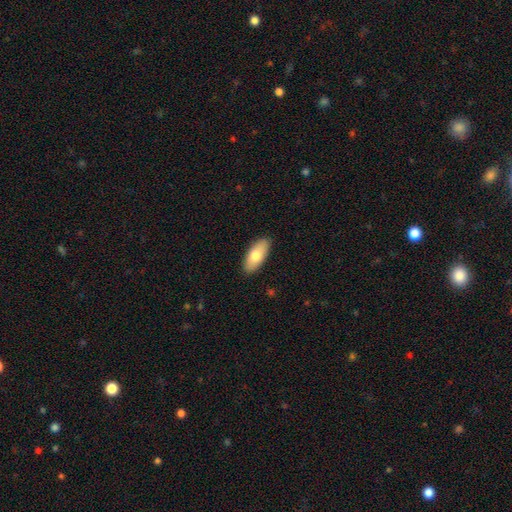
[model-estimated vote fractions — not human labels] A smooth galaxy with no disk features (75%) that is in between round and cigar-shaped (86%).

Vote fractions:
- Smooth or featured? smooth: 75% / featured or disk: 19% / star or artifact: 6%
- How rounded? in between: 86% / cigar-shaped: 11% / round: 2%
- Merging? none: 89% / minor disturbance: 8% / major disturbance: 2% / merger: 1%